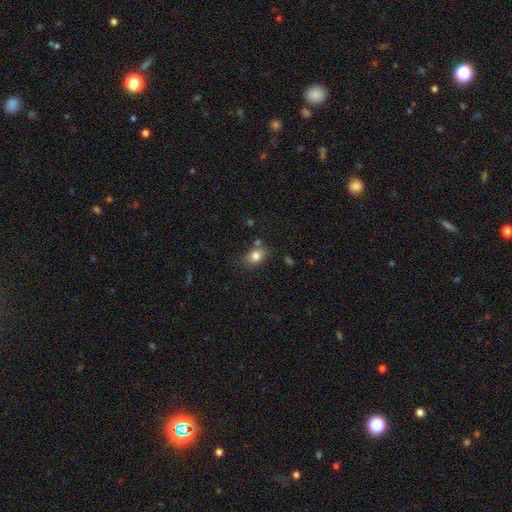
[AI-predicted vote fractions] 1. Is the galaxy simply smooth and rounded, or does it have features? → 81% smooth, 10% star or artifact, 9% featured or disk.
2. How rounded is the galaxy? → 70% in between, 29% round, 1% cigar-shaped.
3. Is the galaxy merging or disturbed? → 72% none, 15% minor disturbance, 9% merger, 4% major disturbance.